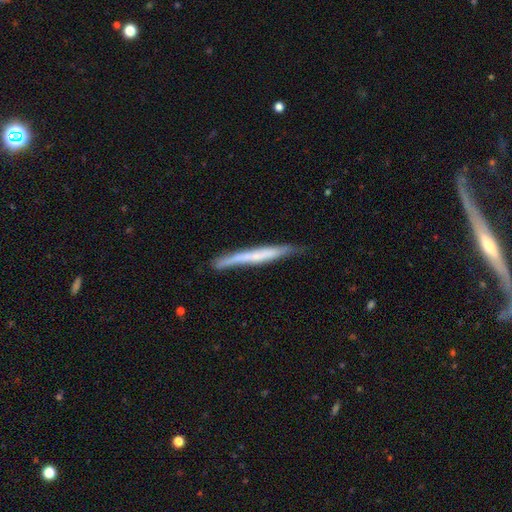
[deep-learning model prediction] smooth-or-featured: featured or disk: 53% | smooth: 41% | star or artifact: 6%
  disk-edge-on: yes: 91% | no: 9%
  merging: none: 72% | minor disturbance: 22% | major disturbance: 4% | merger: 2%